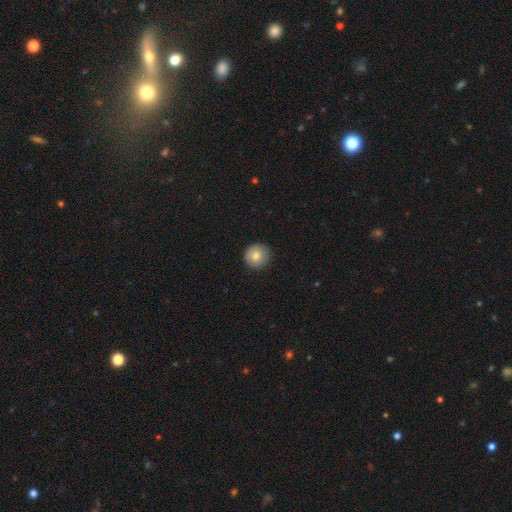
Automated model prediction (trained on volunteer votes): A smooth galaxy with no disk features (80%) that is round (92%).

Vote fractions:
- Smooth or featured? smooth: 80% / featured or disk: 12% / star or artifact: 8%
- How rounded? round: 92% / in between: 7% / cigar-shaped: 1%
- Merging? none: 89% / minor disturbance: 9% / major disturbance: 2% / merger: 1%